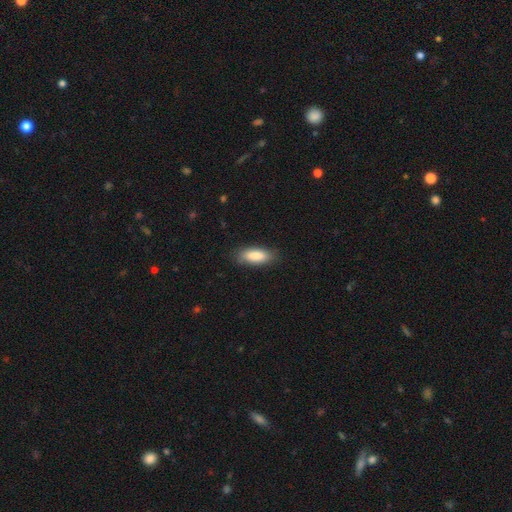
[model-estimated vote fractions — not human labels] smooth 86%, featured or disk 8%, star or artifact 6%. Down the decision tree: how rounded — in between (74%); merging — none (83%).